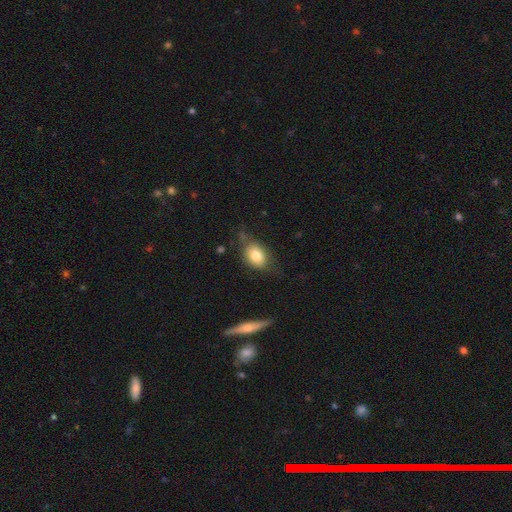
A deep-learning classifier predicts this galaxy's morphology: This appears to be a smooth galaxy with no disk features (78%) that is in between round and cigar-shaped (69%). Merging: none (57%).